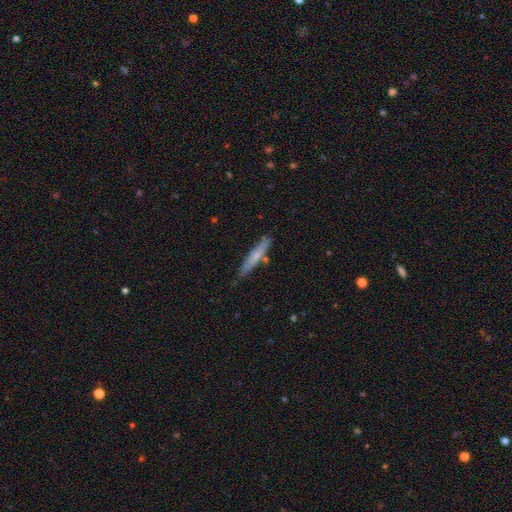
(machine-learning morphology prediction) Smooth or featured? Predicted: smooth (p=0.54). How rounded? Predicted: cigar-shaped (p=0.91). Merging? Predicted: none (p=0.74).